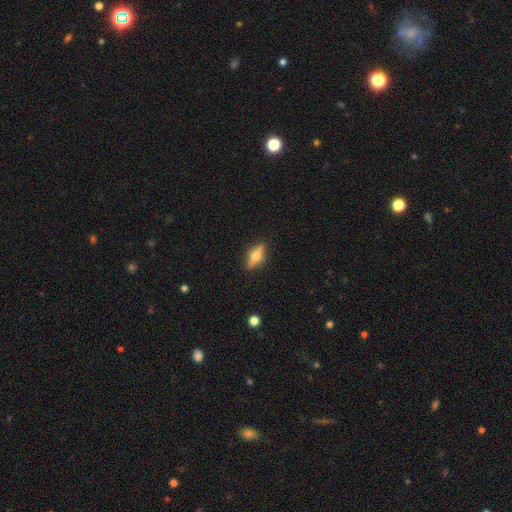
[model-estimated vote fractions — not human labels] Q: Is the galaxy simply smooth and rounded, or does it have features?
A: featured or disk — 55%.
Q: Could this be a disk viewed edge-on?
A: yes — 91%.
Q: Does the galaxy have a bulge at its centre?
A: rounded — 94%.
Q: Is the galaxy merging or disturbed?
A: none — 86%.